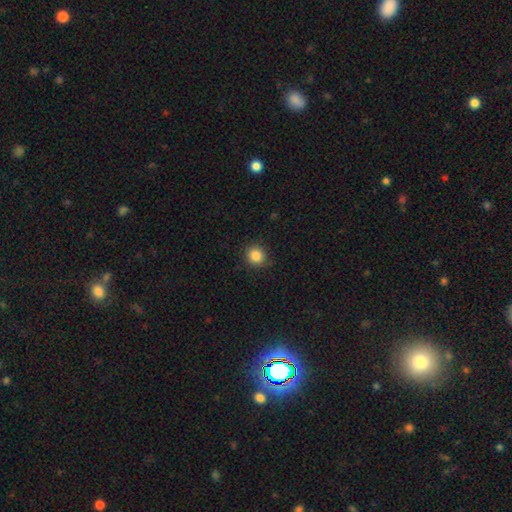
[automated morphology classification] Smooth or featured? smooth (86%)
How rounded? round (89%)
Merging? none (86%)